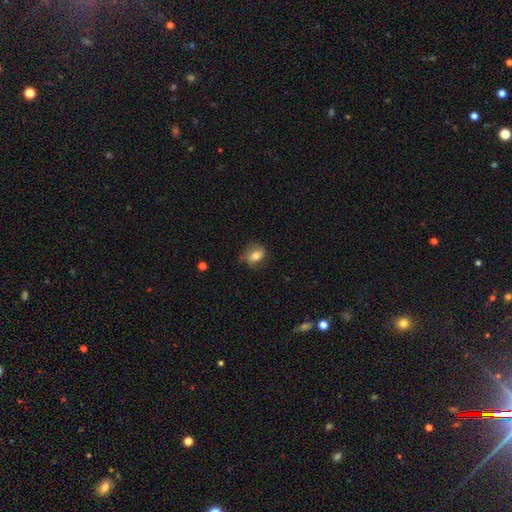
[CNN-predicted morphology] Smooth or featured? smooth (72%)
How rounded? in between (63%)
Merging? none (58%)